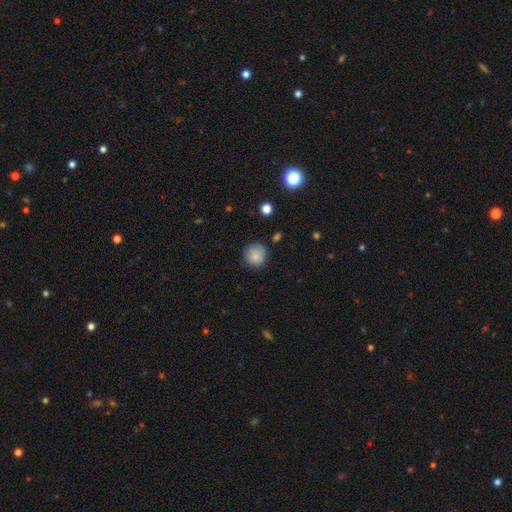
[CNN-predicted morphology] Smooth or featured: smooth — 84% (star or artifact — 9%)
How rounded: round — 92% (in between — 7%)
Merging: none — 80% (minor disturbance — 15%)